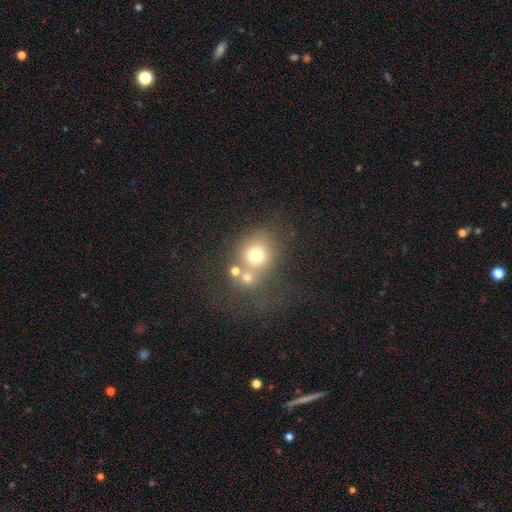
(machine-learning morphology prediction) Overall: smooth (67%). How rounded: round (75%). Merging: none (43%; merger 34%).